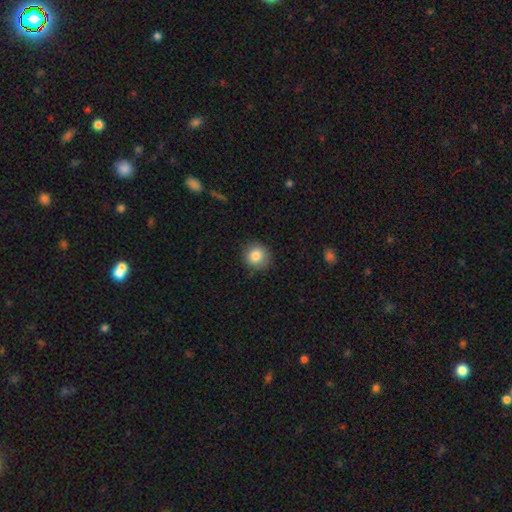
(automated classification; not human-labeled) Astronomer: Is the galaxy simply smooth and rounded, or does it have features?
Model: smooth — 84%.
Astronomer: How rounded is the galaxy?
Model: round — 89%.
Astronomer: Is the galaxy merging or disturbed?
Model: none — 85%.